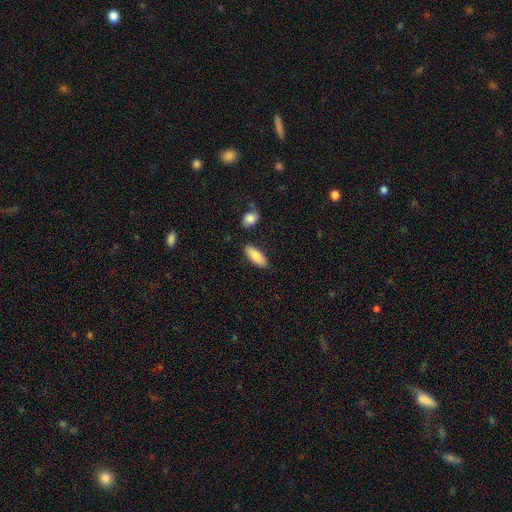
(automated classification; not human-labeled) A smooth galaxy with no disk features (87%) that is in between round and cigar-shaped (74%).

Vote fractions:
- Smooth or featured? smooth: 87% / featured or disk: 8% / star or artifact: 6%
- How rounded? in between: 74% / cigar-shaped: 24% / round: 2%
- Merging? none: 84% / minor disturbance: 10% / merger: 3% / major disturbance: 2%